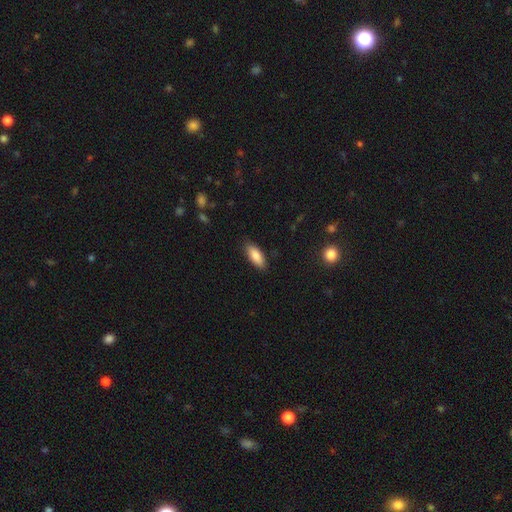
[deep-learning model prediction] The model was most divided on "how rounded": in between: 79%, cigar-shaped: 19%, round: 2%. More confident: smooth or featured — smooth (86%); merging — none (86%).